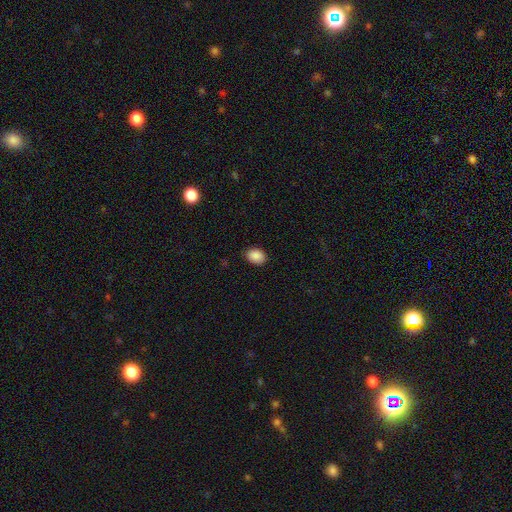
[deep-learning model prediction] Smooth or featured? Predicted: smooth (p=0.89). How rounded? Predicted: in between (p=0.70). Merging? Predicted: none (p=0.87).